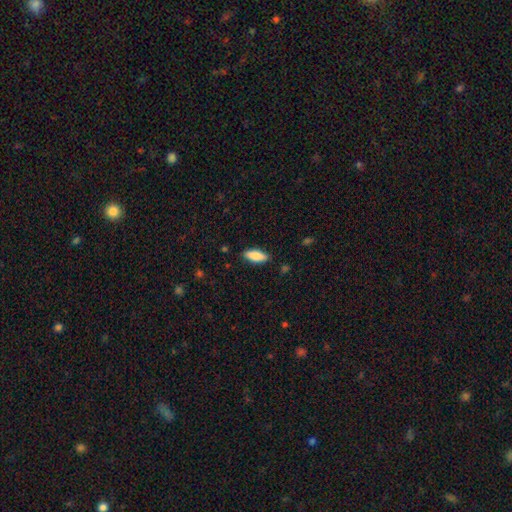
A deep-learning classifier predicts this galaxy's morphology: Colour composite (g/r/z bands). It shows a smooth galaxy with no disk features (85%) that is in between round and cigar-shaped (76%). Merging: none (87%).